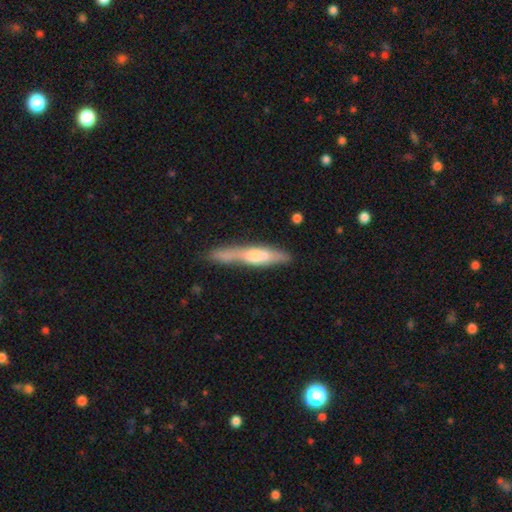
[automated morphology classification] The model was most divided on "smooth or featured": featured or disk: 48%, smooth: 46%, star or artifact: 6%. More confident: merging — none (66%).